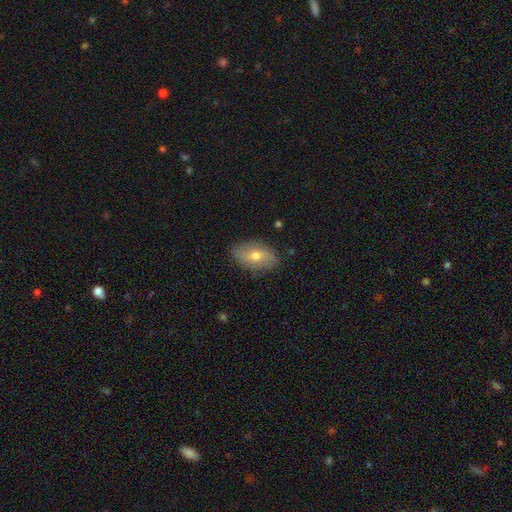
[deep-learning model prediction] smooth_or_featured: smooth (p=0.58) [alt: featured or disk p=0.34]
how_rounded: in between (p=0.90) [alt: round p=0.08]
merging: none (p=0.83) [alt: minor disturbance p=0.13]